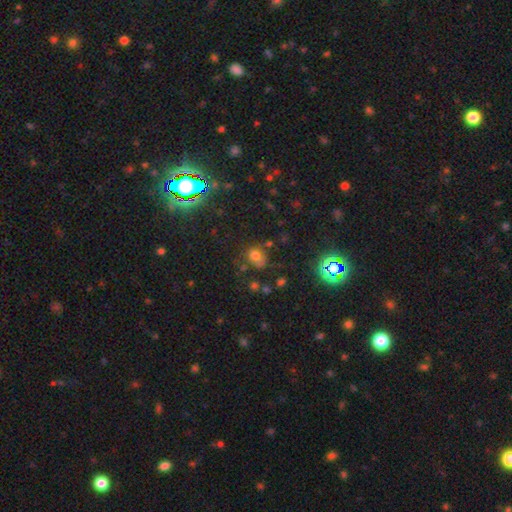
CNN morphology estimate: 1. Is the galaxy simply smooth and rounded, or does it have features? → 64% smooth, 25% star or artifact, 12% featured or disk.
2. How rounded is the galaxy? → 65% round, 34% in between, 1% cigar-shaped.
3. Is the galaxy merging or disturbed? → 55% none, 22% minor disturbance, 12% major disturbance, 11% merger.